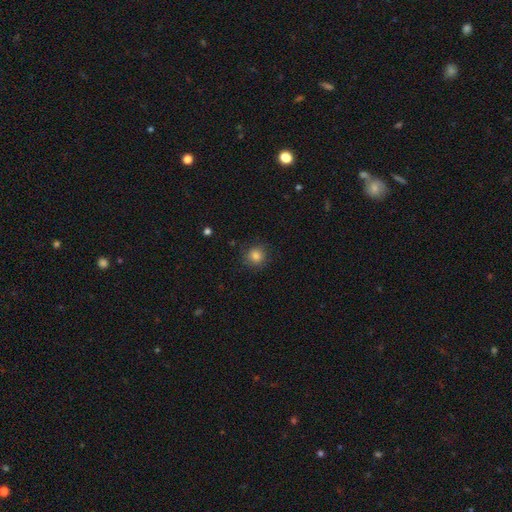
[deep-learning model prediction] Smooth or featured?
  - smooth: 83% *
  - star or artifact: 11%
  - featured or disk: 6%
How rounded?
  - round: 90% *
  - in between: 9%
  - cigar-shaped: 1%
Merging?
  - none: 85% *
  - minor disturbance: 11%
  - major disturbance: 3%
  - merger: 1%